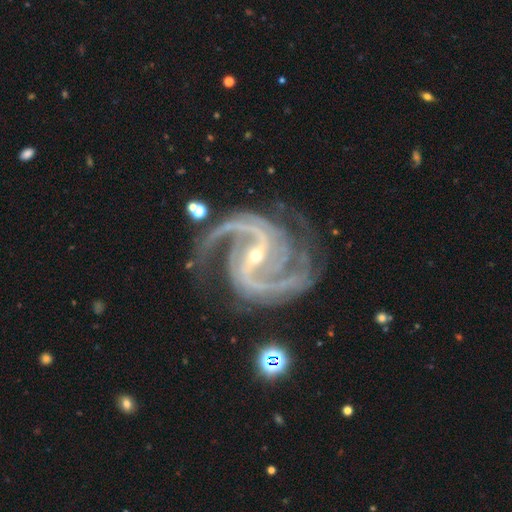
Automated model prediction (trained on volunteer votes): featured or disk 94%, star or artifact 4%, smooth 2%. Down the decision tree: edge-on disk — no (98%); bar — strong (56%); spiral arms — yes (99%); spiral arm count — 2 (63%); spiral winding — medium (61%); bulge size — small (79%); merging — none (71%).